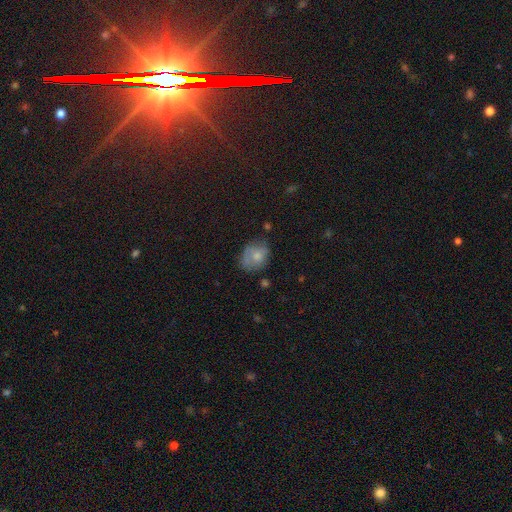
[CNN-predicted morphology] smooth_or_featured: smooth (p=0.68) [alt: featured or disk p=0.23]
how_rounded: in between (p=0.51) [alt: round p=0.48]
merging: none (p=0.52) [alt: minor disturbance p=0.32]